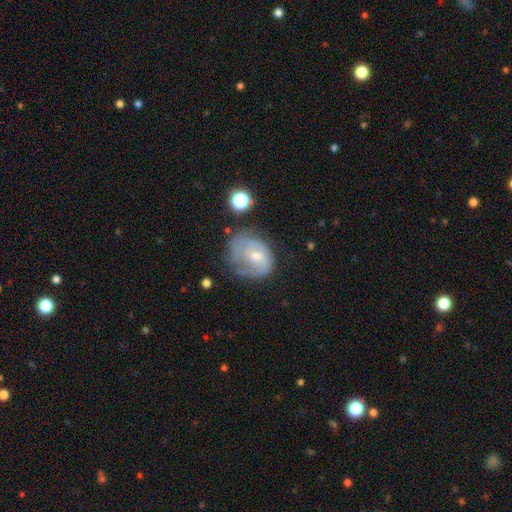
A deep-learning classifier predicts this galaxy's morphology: A featured or disk galaxy (63%) with no bar (54%), spiral arms (79%) and a small central bulge (51%).

Vote fractions:
- Smooth or featured? featured or disk: 63% / smooth: 28% / star or artifact: 8%
- Edge-on disk? no: 97% / yes: 3%
- Bar? no: 54% / weak: 39% / strong: 7%
- Spiral arms? yes: 79% / no: 21%
- Bulge size? small: 51% / moderate: 43% / none: 4% / large: 2% / dominant: 1%
- Merging? none: 45% / minor disturbance: 29% / major disturbance: 23% / merger: 4%